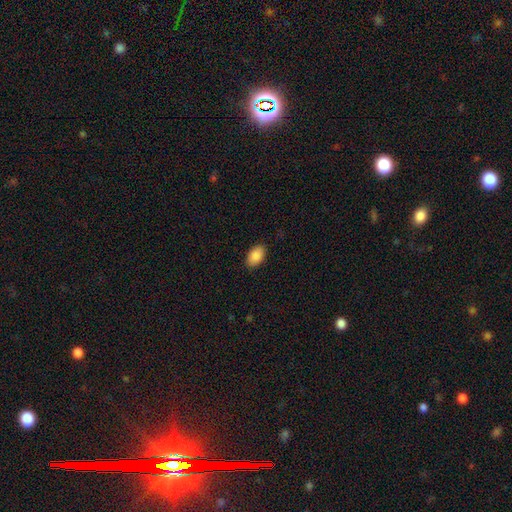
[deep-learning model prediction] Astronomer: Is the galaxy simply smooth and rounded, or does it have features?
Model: smooth — 89%.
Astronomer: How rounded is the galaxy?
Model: in between — 92%.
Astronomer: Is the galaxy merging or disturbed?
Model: none — 88%.